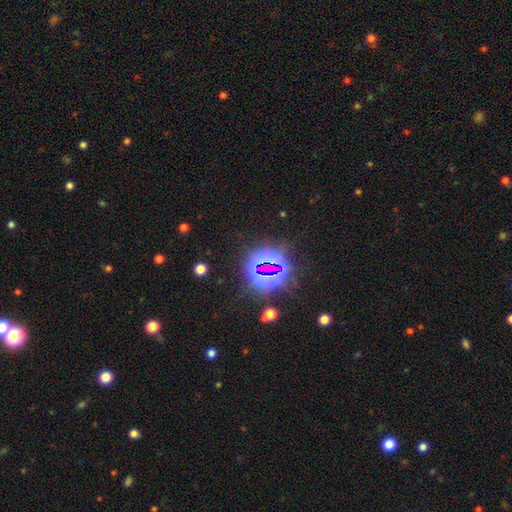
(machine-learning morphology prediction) Smooth or featured: star or artifact — 81% (smooth — 11%)